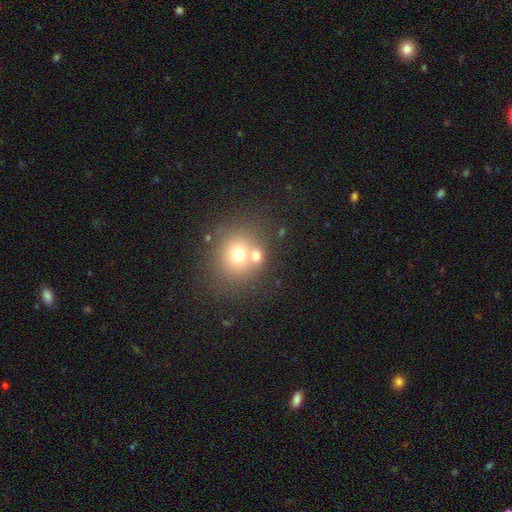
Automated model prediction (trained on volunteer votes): smooth_or_featured: smooth (p=0.69) [alt: featured or disk p=0.17]
how_rounded: round (p=0.78) [alt: in between p=0.21]
merging: none (p=0.48) [alt: merger p=0.39]